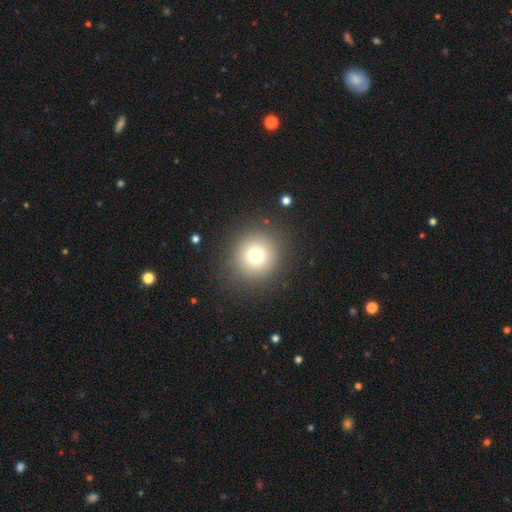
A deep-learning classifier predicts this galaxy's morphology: Smooth or featured? Predicted: smooth (p=0.76). How rounded? Predicted: round (p=0.93). Merging? Predicted: none (p=0.89).